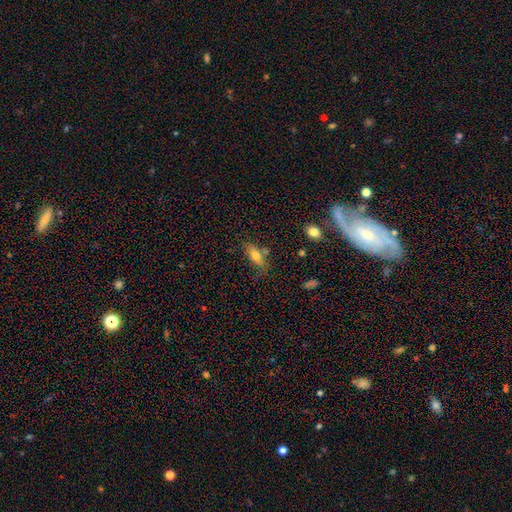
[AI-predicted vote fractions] A smooth galaxy with no disk features (72%) that is in between round and cigar-shaped (73%). Merging: none (57%).